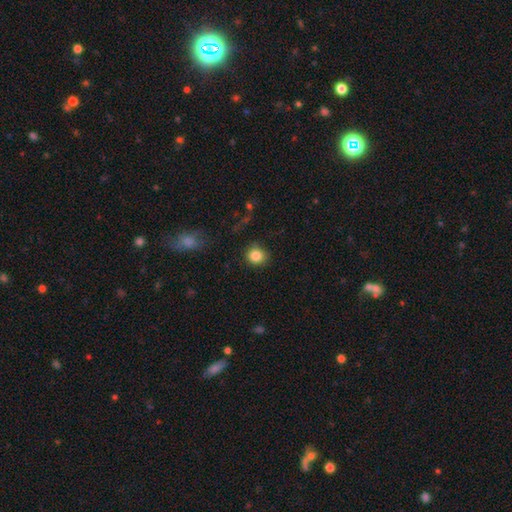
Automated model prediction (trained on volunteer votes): This appears to be a smooth galaxy with no disk features (85%) that is round (87%). Merging: none (83%).